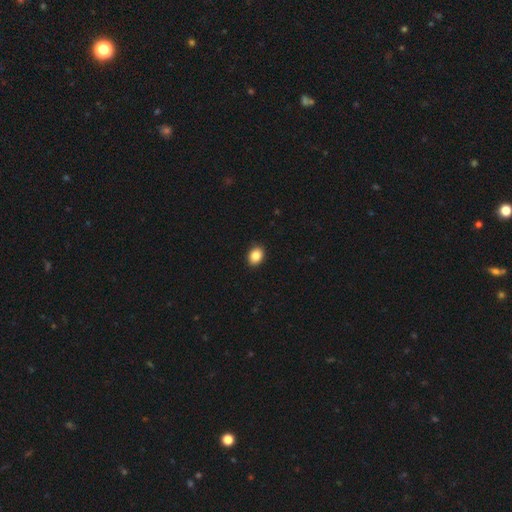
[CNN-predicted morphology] Smooth or featured? Predicted: smooth (p=0.87). How rounded? Predicted: in between (p=0.58). Merging? Predicted: none (p=0.90).